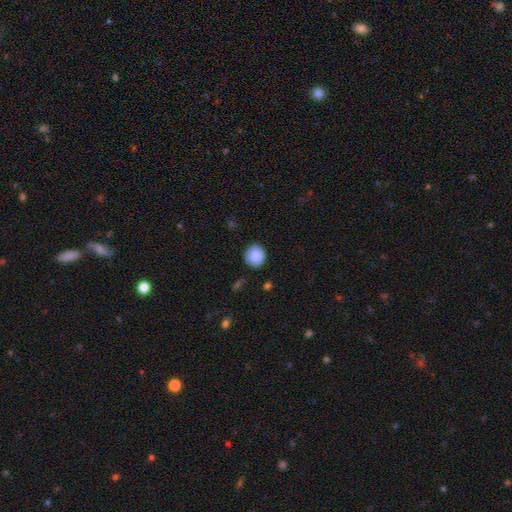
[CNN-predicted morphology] This appears to be a smooth galaxy with no disk features (88%) that is round (89%). Merging: none (86%).